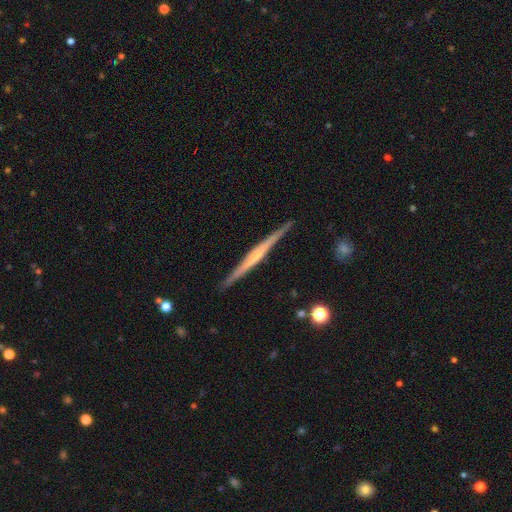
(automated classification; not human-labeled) The model was most divided on "edge-on bulge": rounded: 43%, none: 39%, boxy: 17%. More confident: edge-on disk — yes (98%); merging — none (90%); smooth or featured — featured or disk (76%).